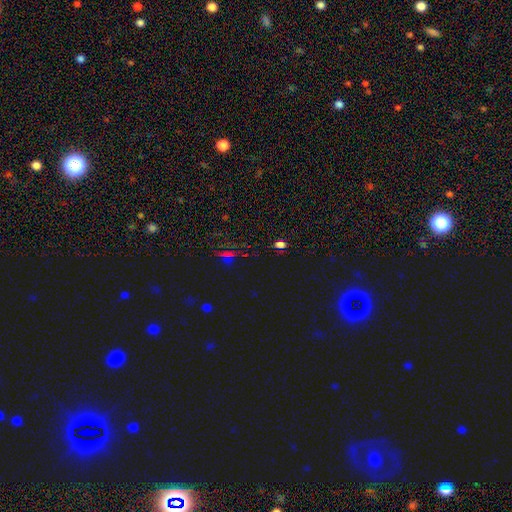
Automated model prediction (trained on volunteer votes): Smooth or featured: star or artifact — 74% (smooth — 19%)